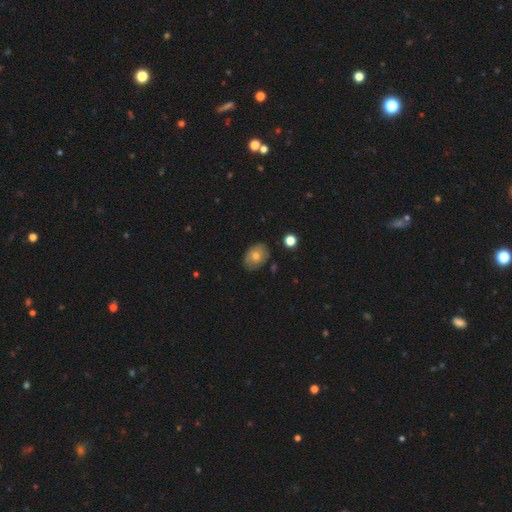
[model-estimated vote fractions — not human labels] A smooth galaxy with no disk features (64%) that is in between round and cigar-shaped (70%). Merging: none (79%).